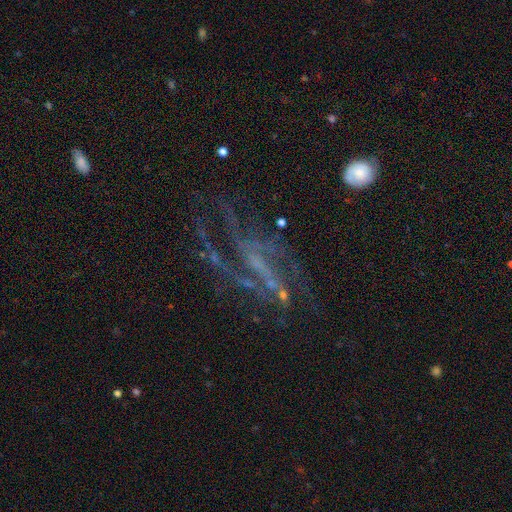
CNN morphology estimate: This is likely a featured or disk galaxy (74%). It is clearly not viewed edge-on (92%). Bar: marginally no (38%). Spiral arm pattern: clearly yes (81%). Spiral arm count: marginally can't tell (32%). Spiral winding: marginally loose (42%). Central bulge: possibly none (53%). Merging: possibly none (48%).